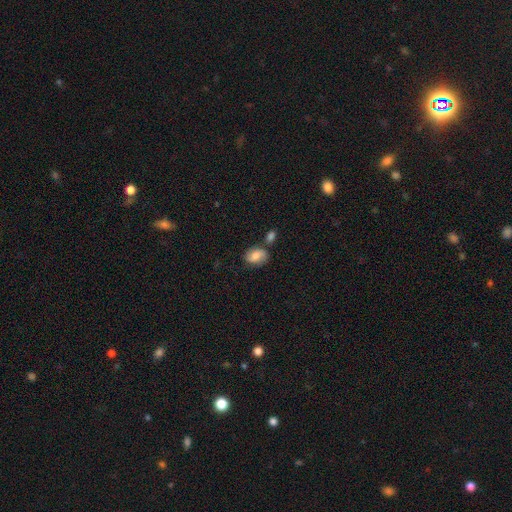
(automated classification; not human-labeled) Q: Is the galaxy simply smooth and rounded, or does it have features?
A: smooth — 62%.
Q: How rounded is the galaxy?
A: in between — 78%.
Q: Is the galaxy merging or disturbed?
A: none — 60%.